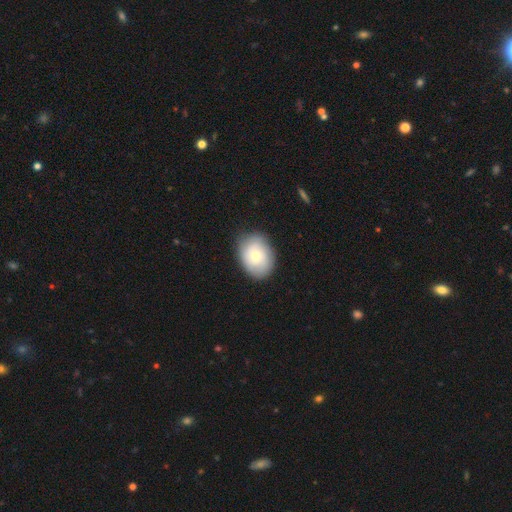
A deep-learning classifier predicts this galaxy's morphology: A smooth galaxy with no disk features (58%) that is in between round and cigar-shaped (58%).

Vote fractions:
- Smooth or featured? smooth: 58% / featured or disk: 35% / star or artifact: 7%
- How rounded? in between: 58% / round: 41% / cigar-shaped: 1%
- Merging? none: 82% / minor disturbance: 14% / major disturbance: 3% / merger: 1%